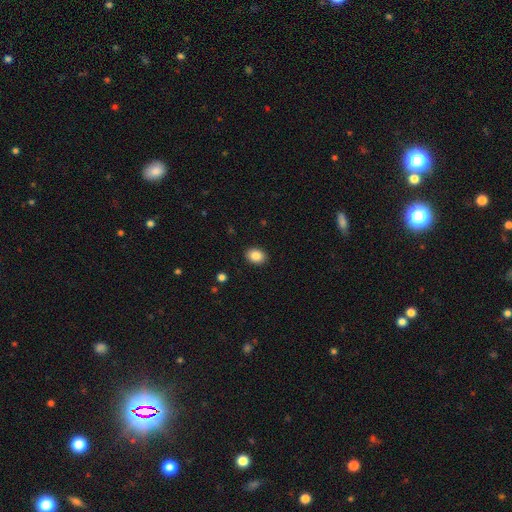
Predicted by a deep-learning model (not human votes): Overall: smooth (86%). How rounded: in between (66%; round 33%). Merging: none (91%).